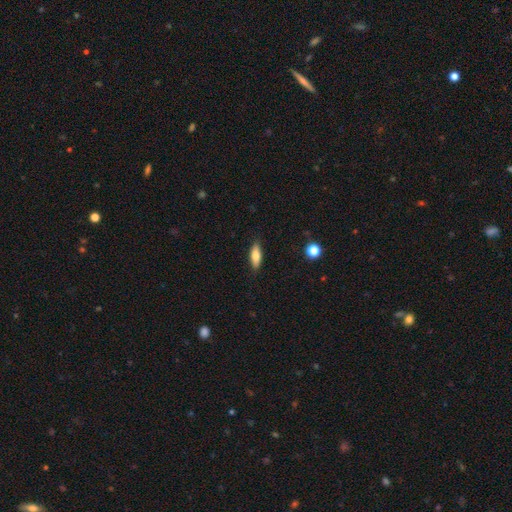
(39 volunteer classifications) Smooth or featured?
  - smooth: 79% *
  - featured or disk: 15%
  - star or artifact: 5%
How rounded?
  - cigar-shaped: 65% *
  - in between: 35%
  - round: 0%
Merging?
  - none: 92% *
  - minor disturbance: 8%
  - major disturbance: 0%
  - merger: 0%